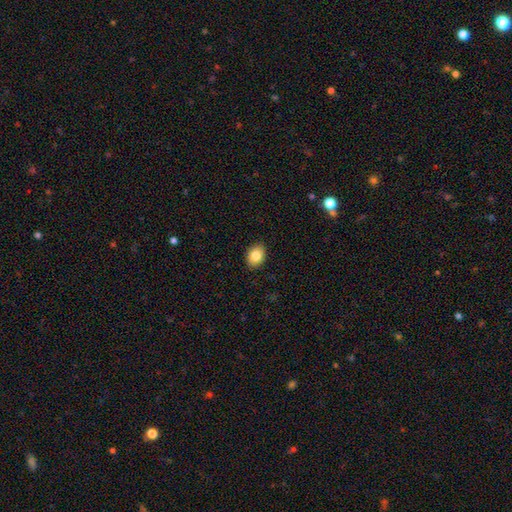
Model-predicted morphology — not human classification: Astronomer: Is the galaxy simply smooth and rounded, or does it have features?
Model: smooth — 84%.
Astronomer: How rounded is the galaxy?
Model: in between — 69%.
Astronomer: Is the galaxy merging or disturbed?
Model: none — 89%.